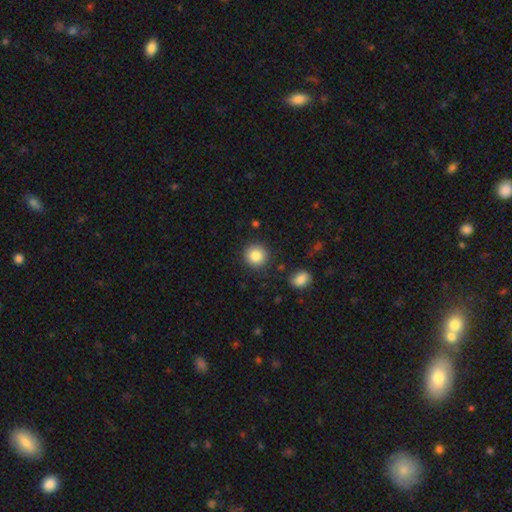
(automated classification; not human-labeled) Q: Smooth or featured?
A: smooth (84%); runner-up: star or artifact (9%)
Q: How rounded?
A: round (93%); runner-up: in between (6%)
Q: Merging?
A: none (89%); runner-up: minor disturbance (7%)